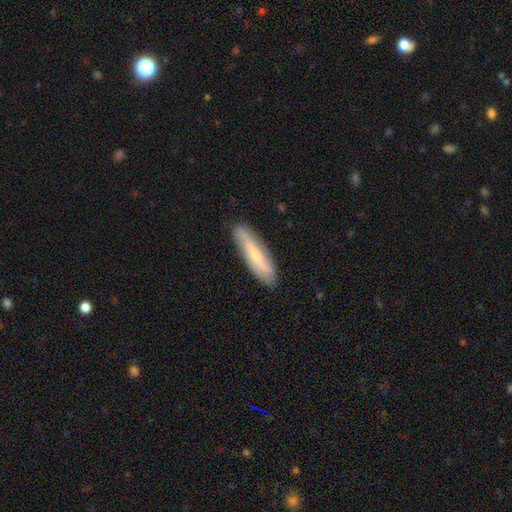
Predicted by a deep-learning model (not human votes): Overall: smooth (48%; featured or disk 46%). Merging: none (85%).